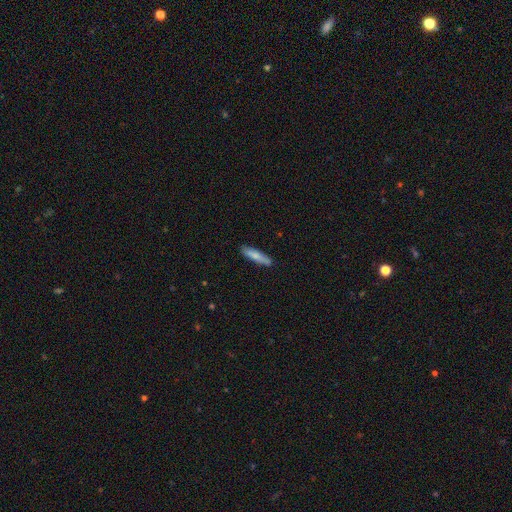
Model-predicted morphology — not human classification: A smooth galaxy with no disk features (74%) that is cigar-shaped (82%). Merging: none (87%).